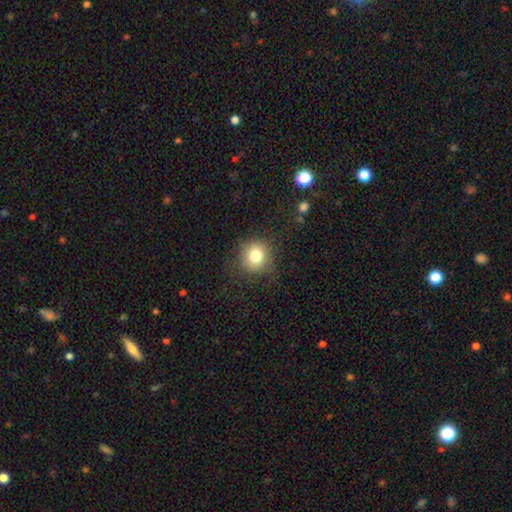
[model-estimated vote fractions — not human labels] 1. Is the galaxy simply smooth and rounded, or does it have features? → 79% smooth, 12% star or artifact, 10% featured or disk.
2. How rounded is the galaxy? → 89% round, 10% in between, 1% cigar-shaped.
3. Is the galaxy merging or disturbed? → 80% none, 13% minor disturbance, 5% major disturbance, 1% merger.